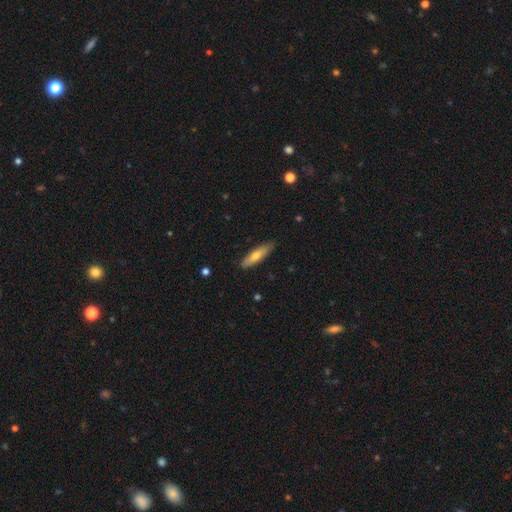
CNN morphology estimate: The model was most divided on "smooth or featured": smooth: 62%, featured or disk: 32%, star or artifact: 6%. More confident: merging — none (85%); how rounded — cigar-shaped (71%).